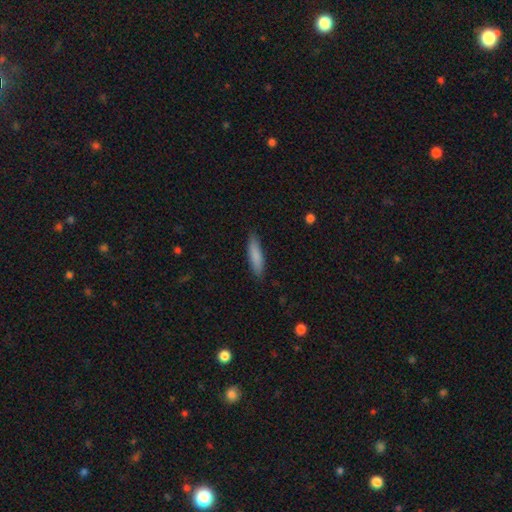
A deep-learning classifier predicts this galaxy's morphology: Smooth or featured?
  - smooth: 85% *
  - featured or disk: 10%
  - star or artifact: 6%
How rounded?
  - cigar-shaped: 74% *
  - in between: 24%
  - round: 1%
Merging?
  - none: 86% *
  - minor disturbance: 11%
  - major disturbance: 2%
  - merger: 1%